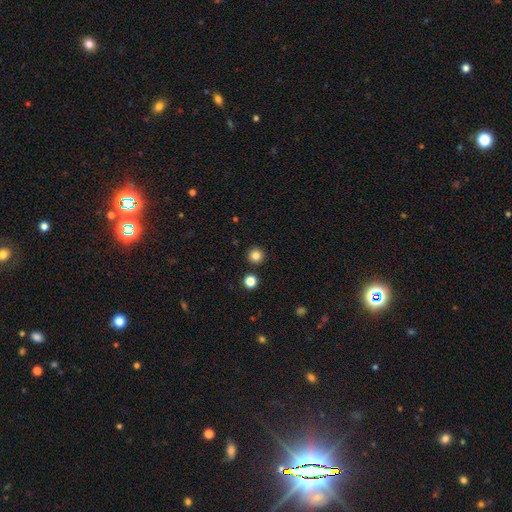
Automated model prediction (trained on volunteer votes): A smooth galaxy with no disk features (83%) that is round (96%).

Vote fractions:
- Smooth or featured? smooth: 83% / star or artifact: 12% / featured or disk: 5%
- How rounded? round: 96% / in between: 3% / cigar-shaped: 1%
- Merging? none: 91% / minor disturbance: 5% / merger: 3% / major disturbance: 2%